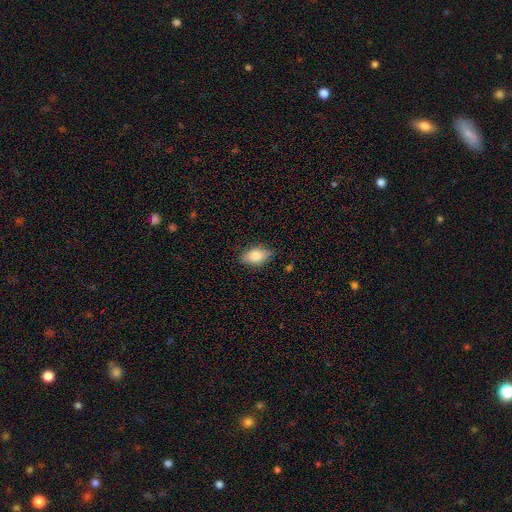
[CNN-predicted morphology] This appears to be a smooth galaxy with no disk features (79%) that is in between round and cigar-shaped (90%). Merging: none (83%).